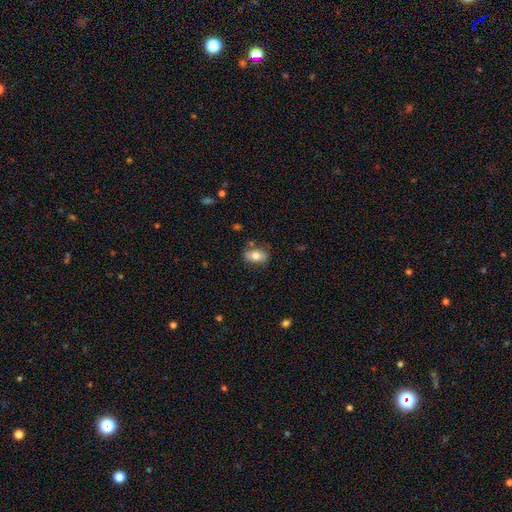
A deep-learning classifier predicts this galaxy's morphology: Smooth or featured? smooth (68%)
How rounded? in between (84%)
Merging? none (74%)